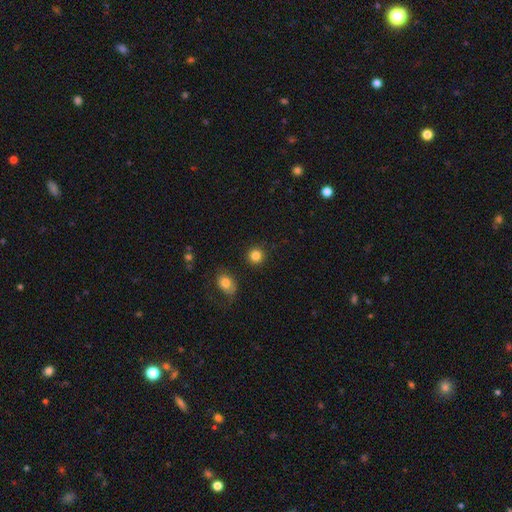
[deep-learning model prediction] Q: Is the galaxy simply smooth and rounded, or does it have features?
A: smooth — 84%.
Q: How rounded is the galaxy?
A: round — 92%.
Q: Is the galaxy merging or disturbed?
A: none — 90%.